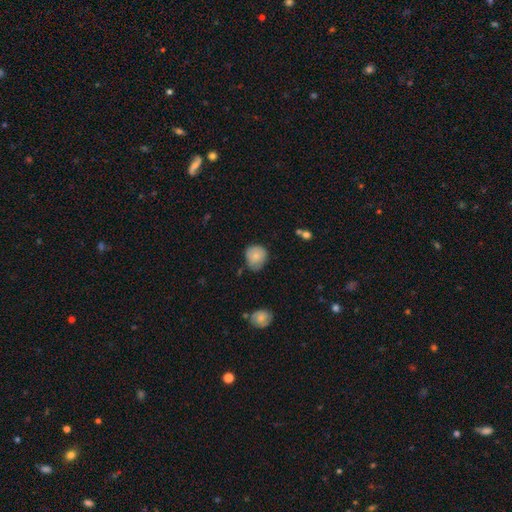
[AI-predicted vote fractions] Morphology: type=smooth (75%); roundness=round (79%); merging=none (56%).